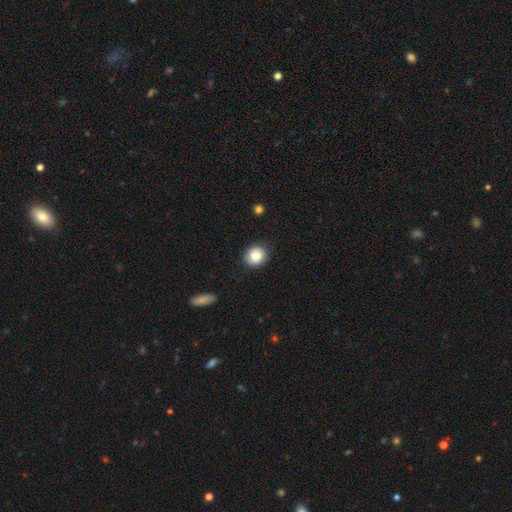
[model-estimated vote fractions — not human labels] A smooth galaxy with no disk features (85%) that is round (76%).

Vote fractions:
- Smooth or featured? smooth: 85% / star or artifact: 9% / featured or disk: 6%
- How rounded? round: 76% / in between: 23% / cigar-shaped: 1%
- Merging? none: 86% / minor disturbance: 11% / major disturbance: 2% / merger: 1%